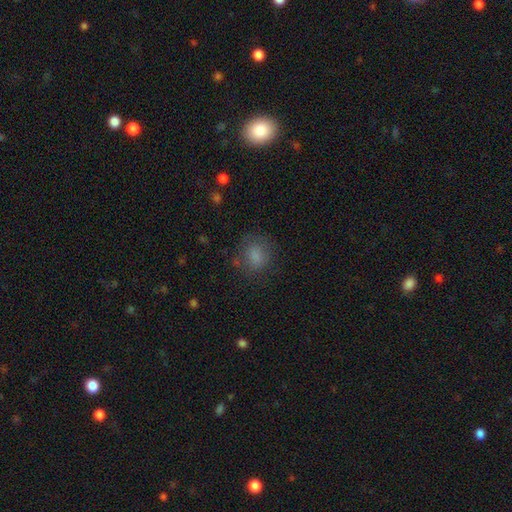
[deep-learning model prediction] This is likely a smooth galaxy (79%). How rounded: likely round (69%). Merging: likely none (71%).